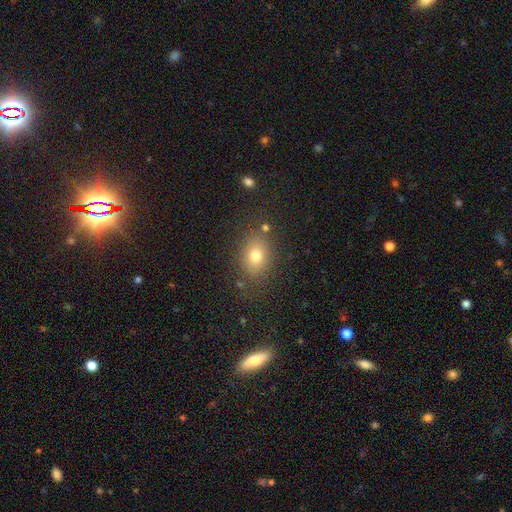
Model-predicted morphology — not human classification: smooth_or_featured: smooth (p=0.75) [alt: star or artifact p=0.13]
how_rounded: in between (p=0.64) [alt: round p=0.35]
merging: none (p=0.79) [alt: minor disturbance p=0.13]